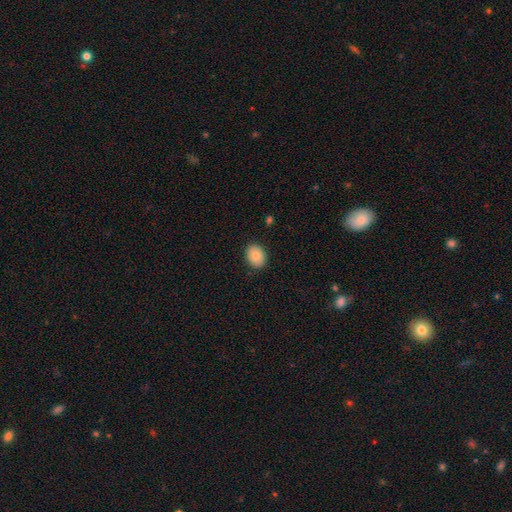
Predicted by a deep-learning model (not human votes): Overall: smooth (86%). How rounded: in between (59%; round 40%). Merging: none (88%).